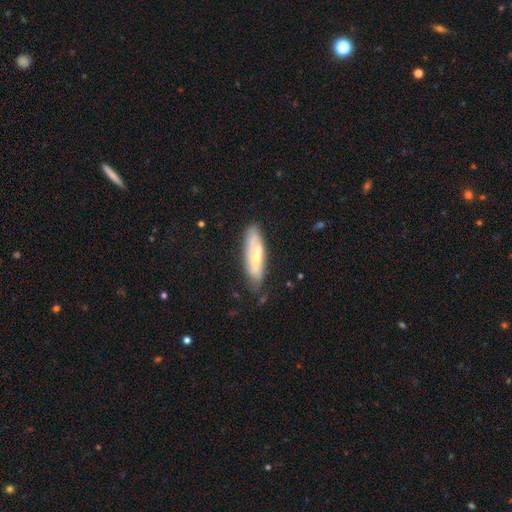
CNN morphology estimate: smooth_or_featured: featured or disk (p=0.53) [alt: smooth p=0.41]
disk_edge_on: no (p=0.58) [alt: yes p=0.42]
merging: none (p=0.68) [alt: minor disturbance p=0.23]